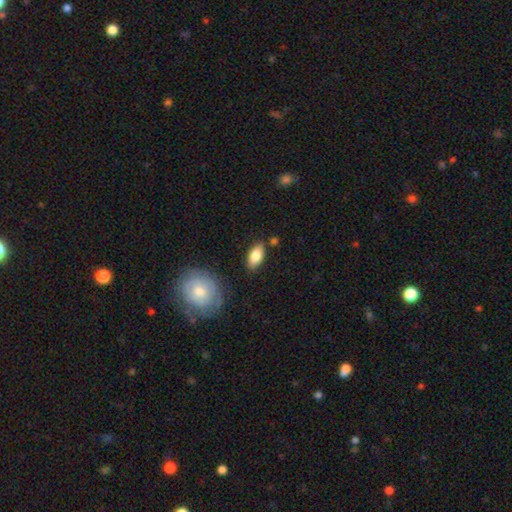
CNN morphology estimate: The model was most divided on "merging": none: 81%, minor disturbance: 12%, merger: 3%, major disturbance: 3%. More confident: how rounded — in between (90%); smooth or featured — smooth (81%).